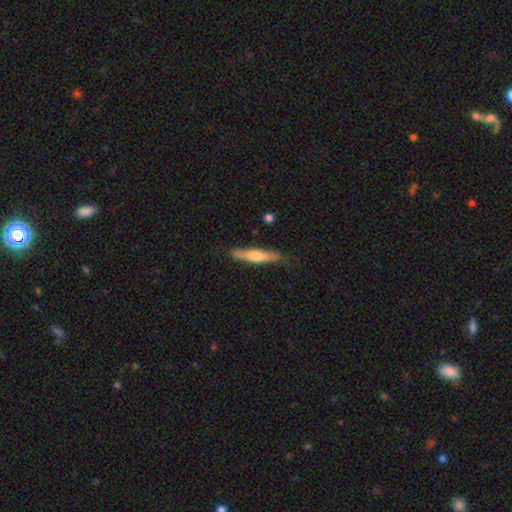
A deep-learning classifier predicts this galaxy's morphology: smooth_or_featured: smooth (p=0.51) [alt: featured or disk p=0.44]
how_rounded: cigar-shaped (p=0.89) [alt: in between p=0.09]
merging: none (p=0.80) [alt: minor disturbance p=0.15]